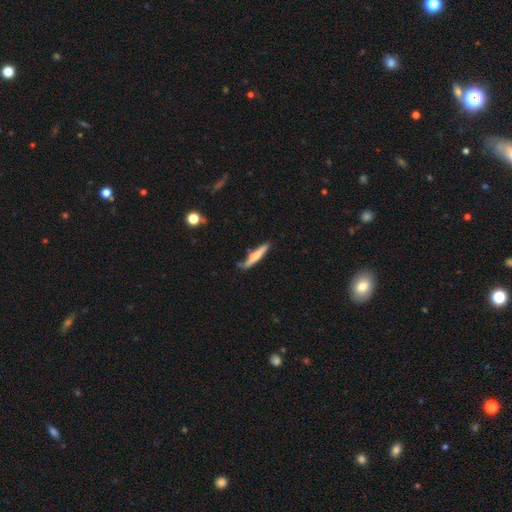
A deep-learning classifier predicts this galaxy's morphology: Smooth or featured? smooth (63%)
How rounded? cigar-shaped (91%)
Merging? none (69%)